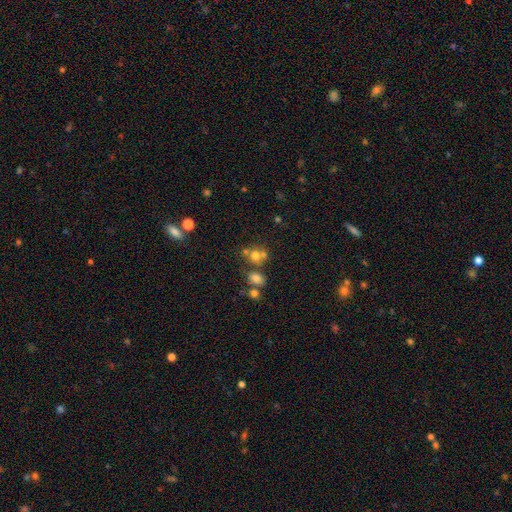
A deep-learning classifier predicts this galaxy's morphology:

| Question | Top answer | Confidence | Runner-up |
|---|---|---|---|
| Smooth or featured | smooth | 67% | star or artifact (19%) |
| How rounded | round | 70% | in between (29%) |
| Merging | none | 45% | merger (39%) |